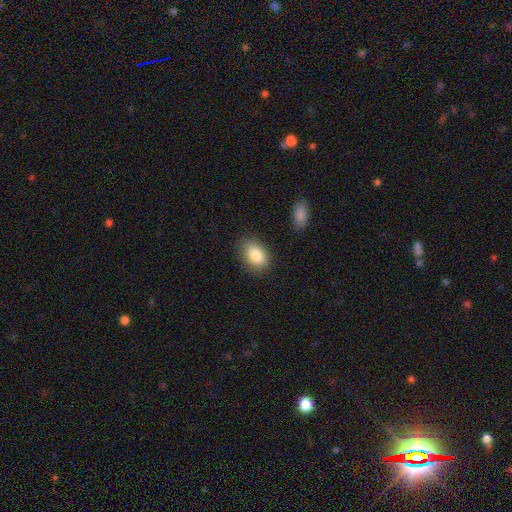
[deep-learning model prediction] This appears to be a smooth galaxy with no disk features (84%) that is in between round and cigar-shaped (83%). Merging: none (82%).